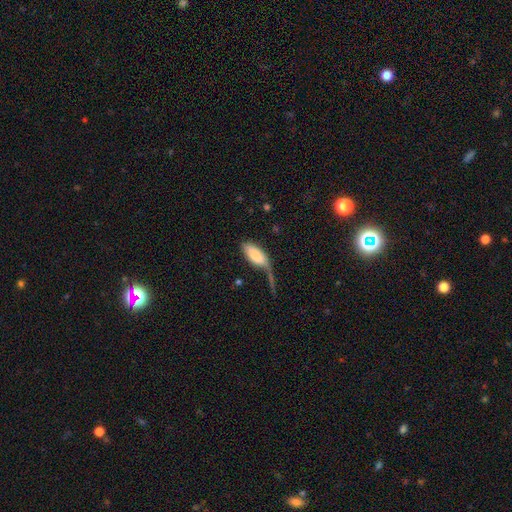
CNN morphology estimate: Smooth or featured: smooth — 79% (featured or disk — 15%)
How rounded: in between — 87% (cigar-shaped — 11%)
Merging: major disturbance — 31% (tied with none — 31%)